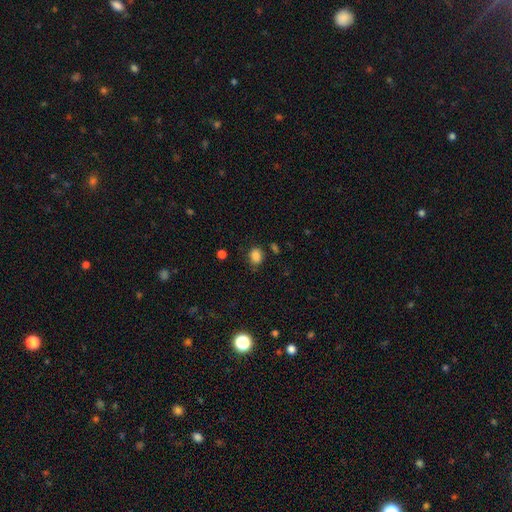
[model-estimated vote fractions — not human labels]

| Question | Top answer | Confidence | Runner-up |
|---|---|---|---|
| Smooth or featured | smooth | 85% | star or artifact (11%) |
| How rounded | in between | 55% | round (43%) |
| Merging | none | 76% | minor disturbance (16%) |